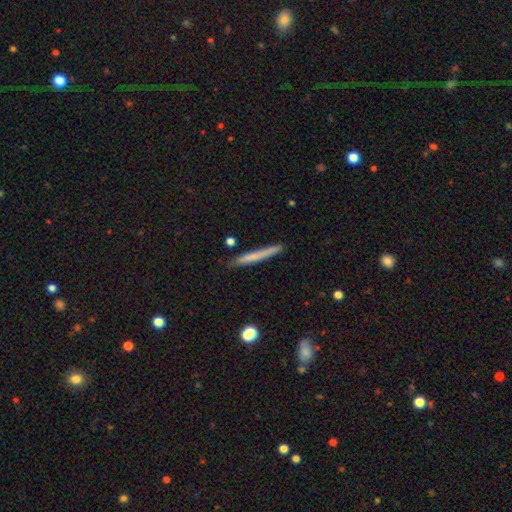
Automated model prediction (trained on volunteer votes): A smooth galaxy with no disk features (64%) that is cigar-shaped (96%).

Vote fractions:
- Smooth or featured? smooth: 64% / featured or disk: 29% / star or artifact: 7%
- How rounded? cigar-shaped: 96% / in between: 2% / round: 1%
- Merging? none: 86% / minor disturbance: 11% / major disturbance: 2% / merger: 2%